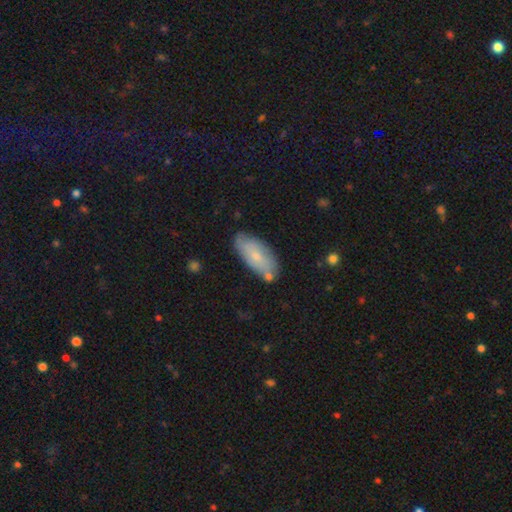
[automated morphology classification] smooth_or_featured: smooth (p=0.67) [alt: featured or disk p=0.27]
how_rounded: in between (p=0.86) [alt: cigar-shaped p=0.12]
merging: none (p=0.72) [alt: minor disturbance p=0.18]